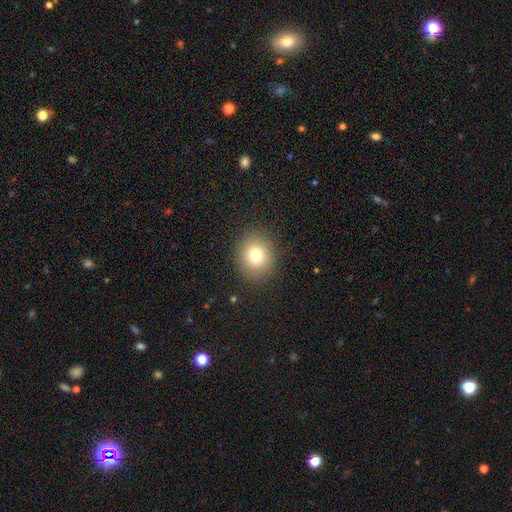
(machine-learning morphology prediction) This is likely a smooth galaxy (77%). How rounded: likely round (76%). Merging: clearly none (88%).